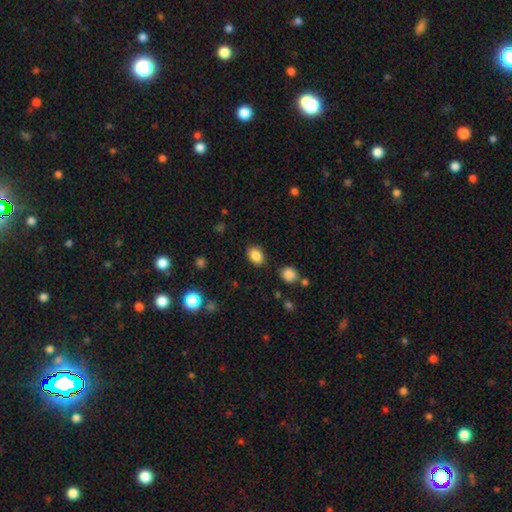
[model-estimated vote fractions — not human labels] Smooth or featured?
  - smooth: 86% *
  - star or artifact: 9%
  - featured or disk: 5%
How rounded?
  - in between: 75% *
  - round: 23%
  - cigar-shaped: 1%
Merging?
  - none: 84% *
  - minor disturbance: 10%
  - merger: 3%
  - major disturbance: 3%